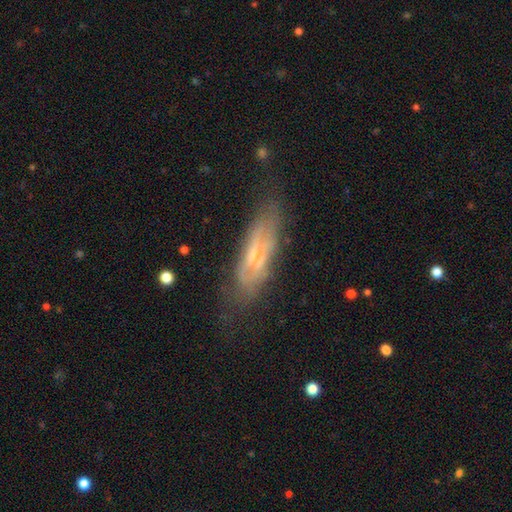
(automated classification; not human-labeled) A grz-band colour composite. It shows a featured or disk galaxy (58%) viewed edge-on (51%). Merging: none (63%).